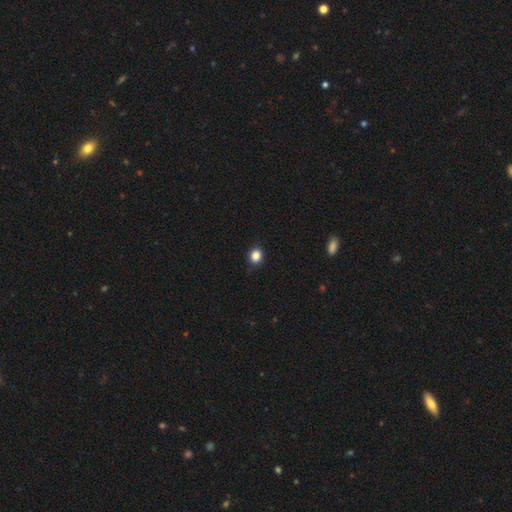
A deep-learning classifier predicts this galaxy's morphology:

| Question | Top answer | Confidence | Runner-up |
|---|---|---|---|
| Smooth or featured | smooth | 85% | star or artifact (11%) |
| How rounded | round | 73% | in between (26%) |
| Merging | none | 88% | minor disturbance (9%) |